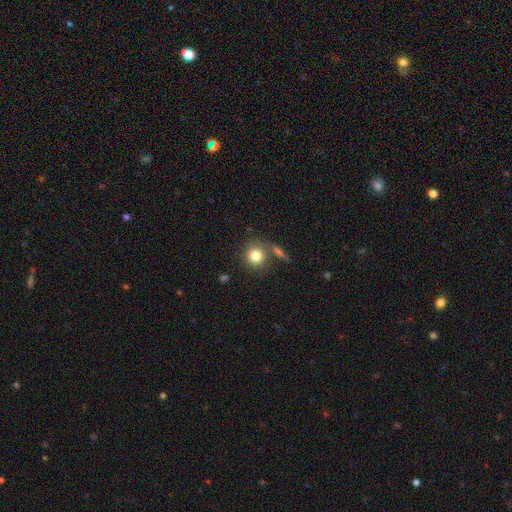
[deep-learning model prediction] Smooth or featured: smooth — 80% (featured or disk — 10%)
How rounded: round — 88% (in between — 11%)
Merging: none — 65% (merger — 18%)